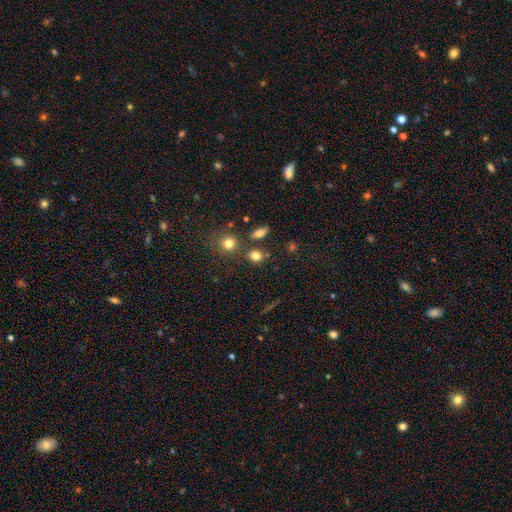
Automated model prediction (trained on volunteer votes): Smooth or featured?
  - smooth: 80% *
  - star or artifact: 12%
  - featured or disk: 8%
How rounded?
  - round: 51% *
  - in between: 47%
  - cigar-shaped: 2%
Merging?
  - none: 72% *
  - merger: 13%
  - minor disturbance: 11%
  - major disturbance: 4%